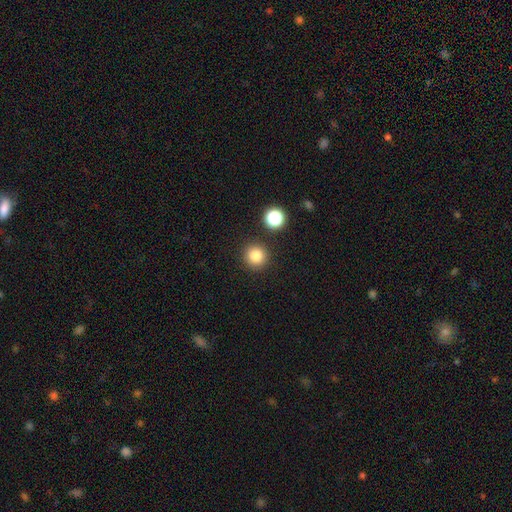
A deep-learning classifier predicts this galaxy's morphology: Overall: smooth (82%). How rounded: round (94%). Merging: none (89%).